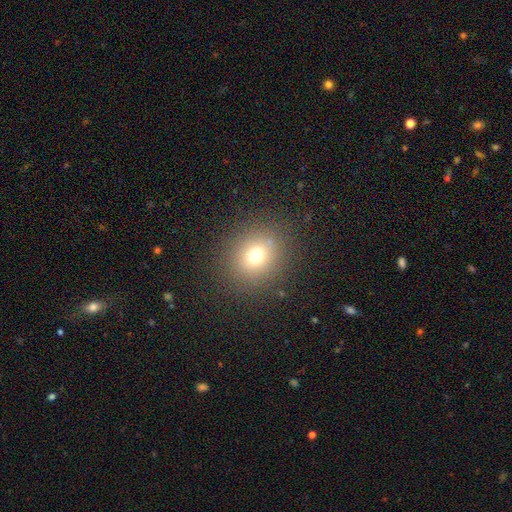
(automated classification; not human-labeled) This is likely a smooth galaxy (71%). How rounded: likely round (79%). Merging: clearly none (86%).